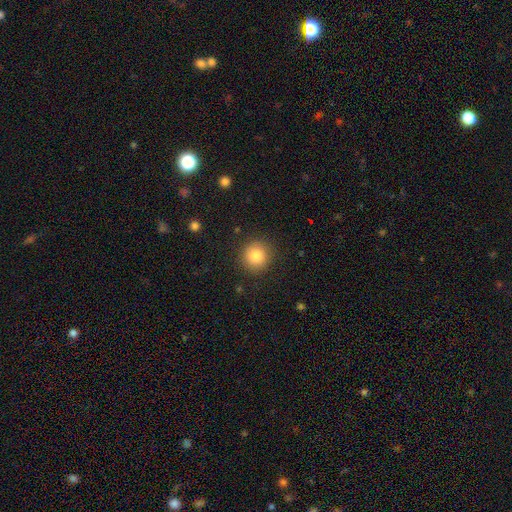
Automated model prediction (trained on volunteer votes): Morphology: type=smooth (84%); roundness=round (93%); merging=none (89%).